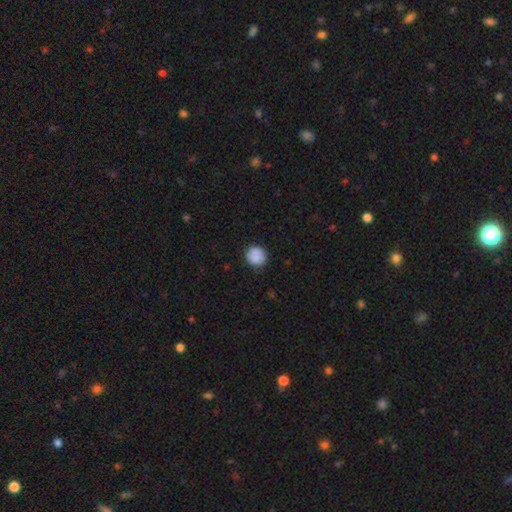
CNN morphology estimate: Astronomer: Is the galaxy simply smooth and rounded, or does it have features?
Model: smooth — 89%.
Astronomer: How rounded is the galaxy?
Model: round — 91%.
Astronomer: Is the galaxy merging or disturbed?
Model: none — 88%.